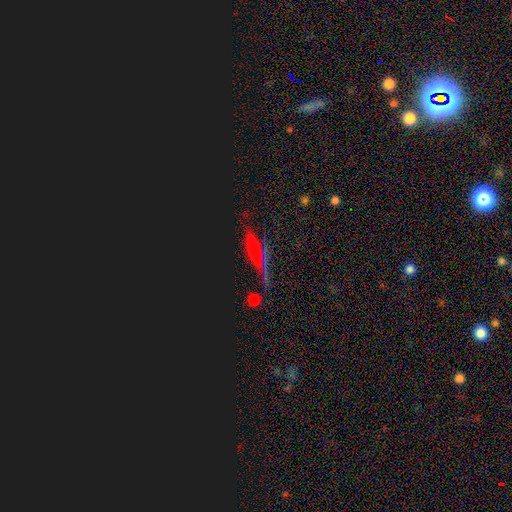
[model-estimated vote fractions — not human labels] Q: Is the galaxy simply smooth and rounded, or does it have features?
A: star or artifact — 55%.